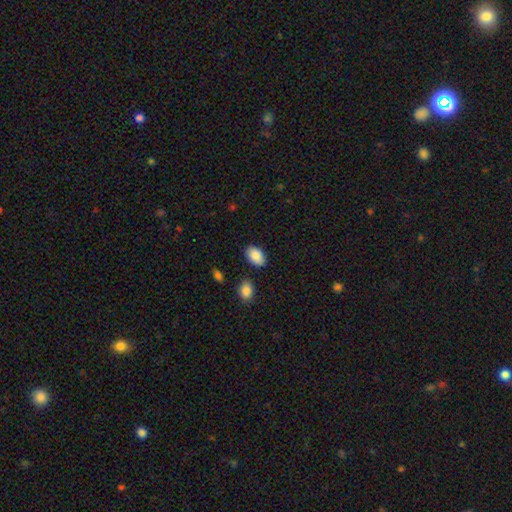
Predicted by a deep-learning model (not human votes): Smooth or featured? smooth (88%)
How rounded? in between (90%)
Merging? none (82%)